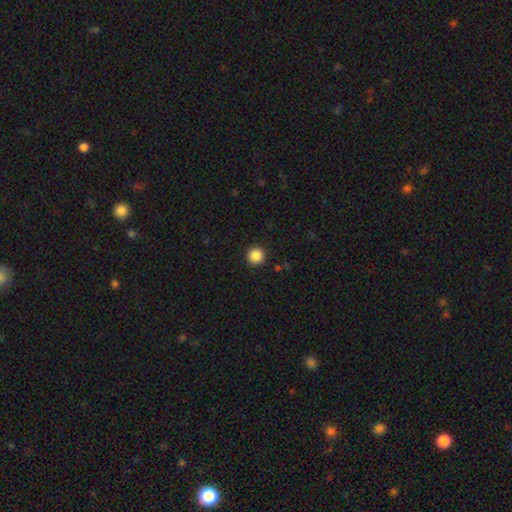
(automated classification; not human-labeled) smooth-or-featured: smooth: 87% | star or artifact: 10% | featured or disk: 3%
  how-rounded: round: 96% | in between: 3% | cigar-shaped: 1%
  merging: none: 92% | minor disturbance: 5% | major disturbance: 2% | merger: 1%